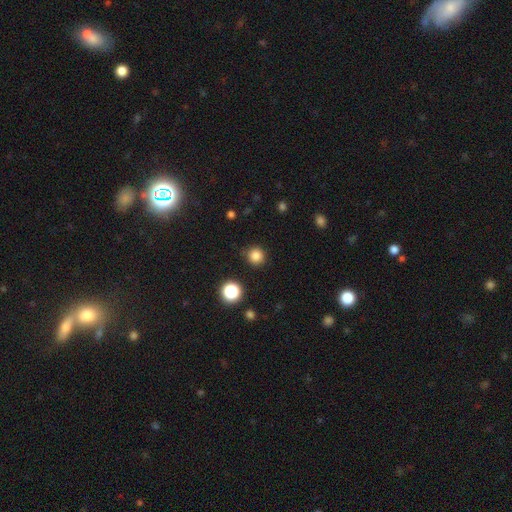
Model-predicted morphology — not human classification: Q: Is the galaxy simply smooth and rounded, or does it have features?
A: smooth — 83%.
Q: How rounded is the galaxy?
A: round — 94%.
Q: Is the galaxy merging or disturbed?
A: none — 88%.